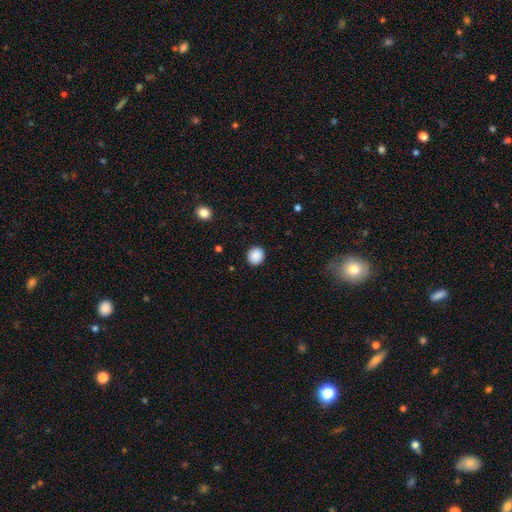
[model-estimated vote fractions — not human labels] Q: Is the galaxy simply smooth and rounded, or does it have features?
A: smooth — 89%.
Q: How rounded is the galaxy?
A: round — 80%.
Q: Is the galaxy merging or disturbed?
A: none — 91%.